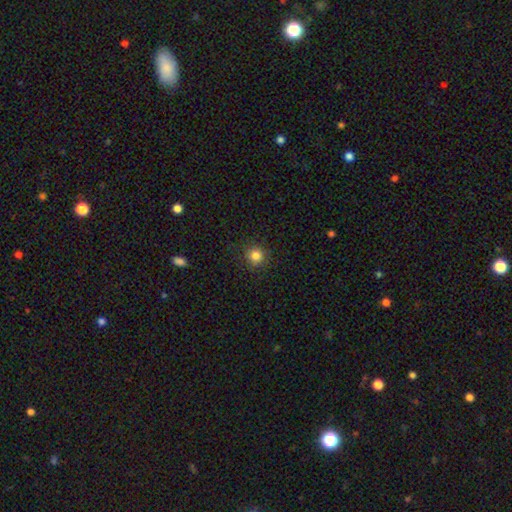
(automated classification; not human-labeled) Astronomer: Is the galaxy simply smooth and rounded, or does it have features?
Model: smooth — 83%.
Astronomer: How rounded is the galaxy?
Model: round — 94%.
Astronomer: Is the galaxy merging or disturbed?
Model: none — 91%.